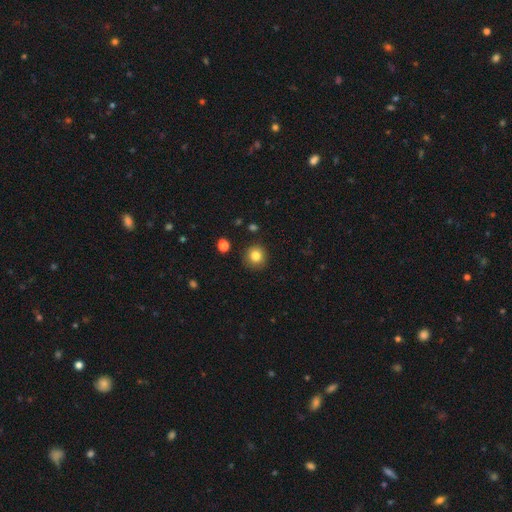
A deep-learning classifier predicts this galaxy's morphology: Q: Smooth or featured?
A: smooth (83%); runner-up: star or artifact (11%)
Q: How rounded?
A: round (92%); runner-up: in between (7%)
Q: Merging?
A: none (89%); runner-up: minor disturbance (7%)